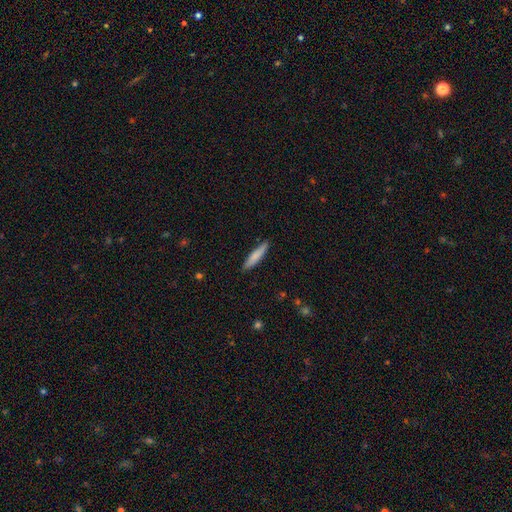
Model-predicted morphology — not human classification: A smooth galaxy with no disk features (79%) that is cigar-shaped (88%).

Vote fractions:
- Smooth or featured? smooth: 79% / featured or disk: 16% / star or artifact: 6%
- How rounded? cigar-shaped: 88% / in between: 11% / round: 1%
- Merging? none: 88% / minor disturbance: 9% / major disturbance: 2% / merger: 1%